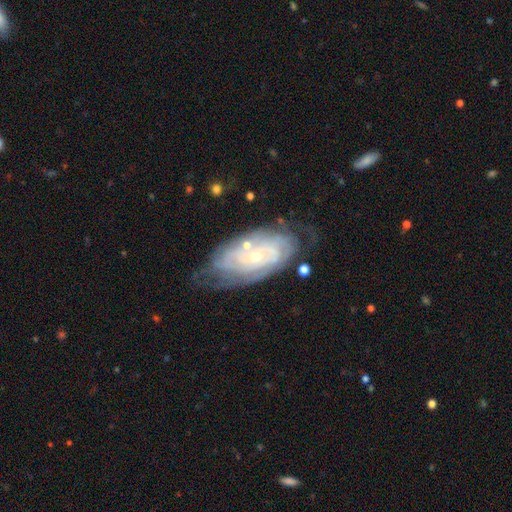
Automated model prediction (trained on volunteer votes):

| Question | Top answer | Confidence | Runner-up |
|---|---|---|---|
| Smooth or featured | featured or disk | 83% | smooth (11%) |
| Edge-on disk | no | 94% | yes (6%) |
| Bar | no | 76% | weak (19%) |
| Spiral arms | yes | 92% | no (8%) |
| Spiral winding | tight | 78% | medium (17%) |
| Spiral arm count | can't tell | 48% | 2 (18%) |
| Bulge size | small | 74% | moderate (23%) |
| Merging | none | 64% | minor disturbance (22%) |